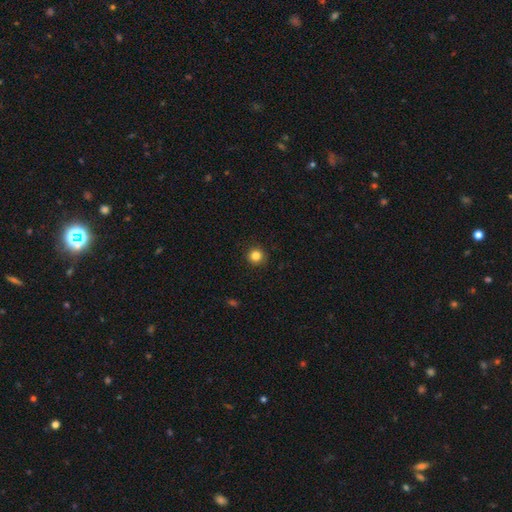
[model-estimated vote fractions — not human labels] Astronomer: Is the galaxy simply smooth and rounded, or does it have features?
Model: smooth — 84%.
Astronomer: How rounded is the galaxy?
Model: round — 94%.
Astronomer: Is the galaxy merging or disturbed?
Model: none — 91%.